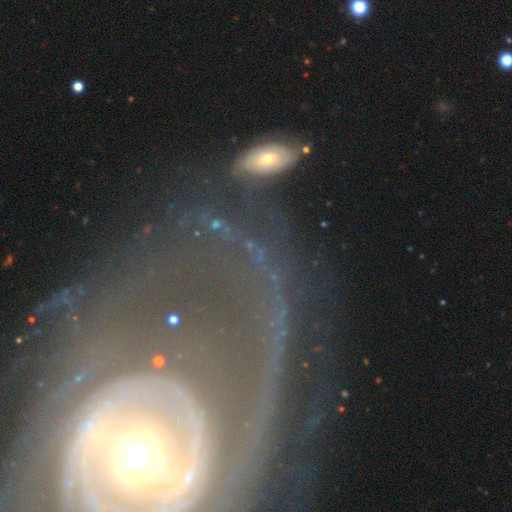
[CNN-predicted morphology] Smooth or featured: featured or disk — 72% (smooth — 19%)
Edge-on disk: no — 87% (yes — 13%)
Bar: no — 53% (weak — 24%)
Spiral arms: yes — 64% (no — 36%)
Bulge size: moderate — 57% (small — 23%)
Merging: none — 61% (major disturbance — 17%)